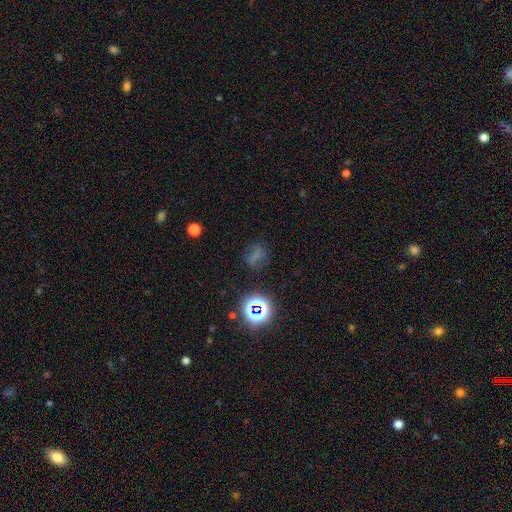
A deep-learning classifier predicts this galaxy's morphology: The model was most divided on "smooth or featured": smooth: 44%, star or artifact: 36%, featured or disk: 20%. More confident: merging — none (69%).